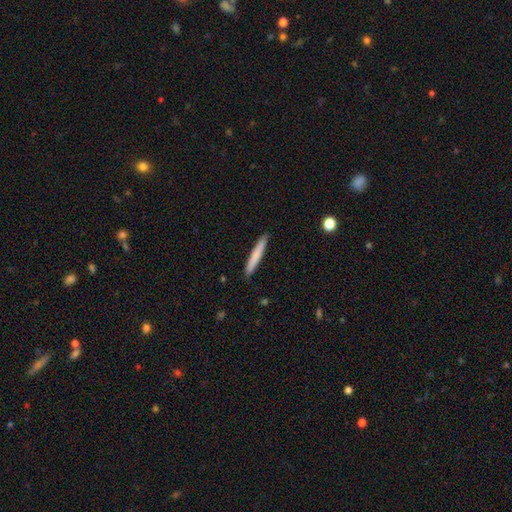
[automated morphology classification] Overall: smooth (75%). How rounded: cigar-shaped (96%). Merging: none (90%).